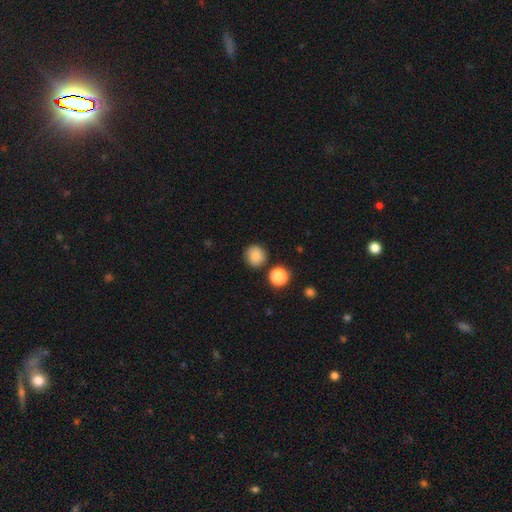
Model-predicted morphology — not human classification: Smooth or featured? Predicted: smooth (p=0.83). How rounded? Predicted: round (p=0.89). Merging? Predicted: none (p=0.83).